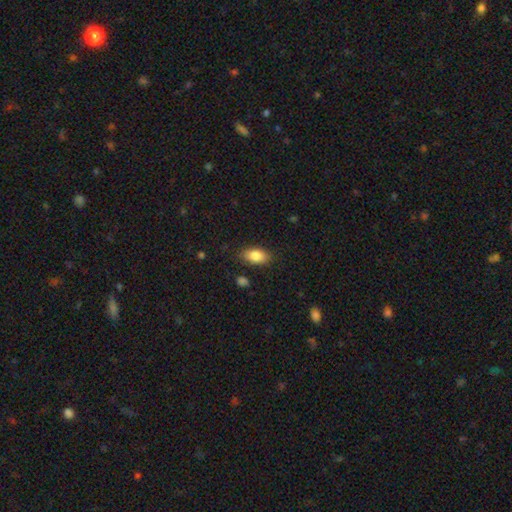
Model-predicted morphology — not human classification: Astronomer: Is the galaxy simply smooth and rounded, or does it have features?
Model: smooth — 83%.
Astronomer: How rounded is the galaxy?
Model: in between — 89%.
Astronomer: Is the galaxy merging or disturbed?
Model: none — 84%.